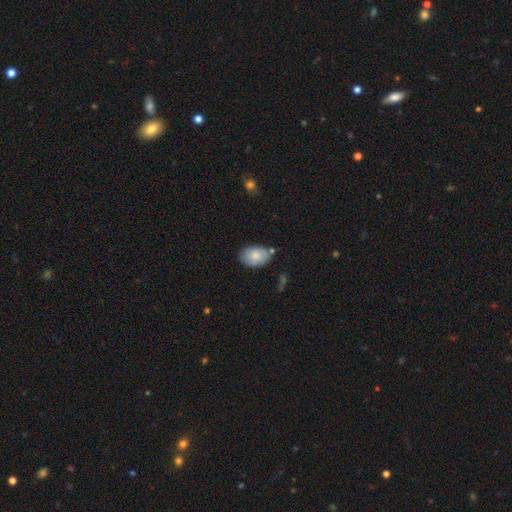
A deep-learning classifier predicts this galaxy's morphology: A smooth galaxy with no disk features (77%) that is in between round and cigar-shaped (87%). Merging: none (70%).